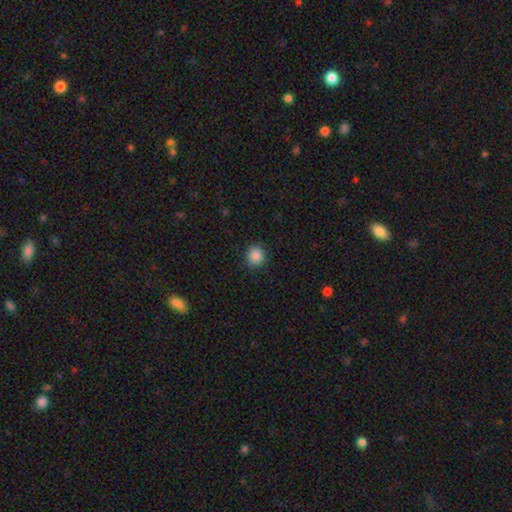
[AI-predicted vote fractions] Q: Smooth or featured?
A: smooth (88%); runner-up: star or artifact (10%)
Q: How rounded?
A: round (88%); runner-up: in between (11%)
Q: Merging?
A: none (89%); runner-up: minor disturbance (8%)